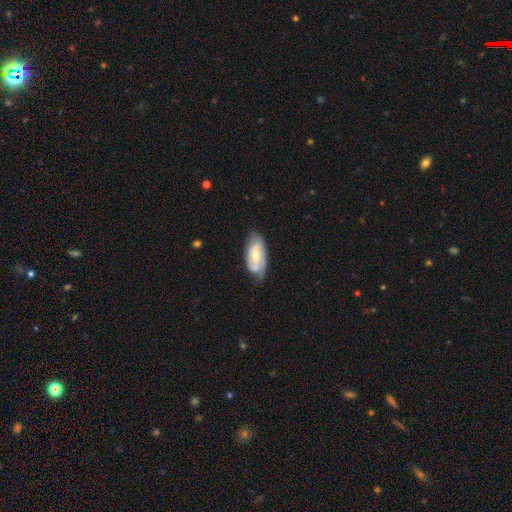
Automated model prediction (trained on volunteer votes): Q: Smooth or featured?
A: featured or disk (66%); runner-up: smooth (28%)
Q: Edge-on disk?
A: no (93%); runner-up: yes (7%)
Q: Bar?
A: weak (43%); runner-up: no (42%)
Q: Spiral arms?
A: yes (88%); runner-up: no (12%)
Q: Spiral winding?
A: medium (41%); tied with: tight (41%)
Q: Spiral arm count?
A: 2 (63%); runner-up: can't tell (20%)
Q: Bulge size?
A: moderate (50%); runner-up: small (43%)
Q: Merging?
A: none (66%); runner-up: minor disturbance (26%)